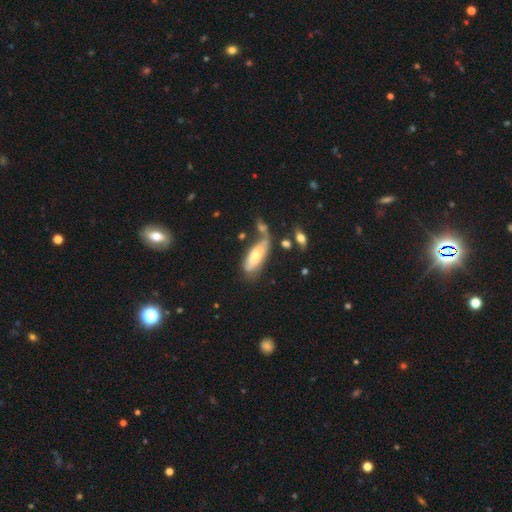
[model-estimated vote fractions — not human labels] smooth-or-featured: smooth: 59% | featured or disk: 35% | star or artifact: 7%
  how-rounded: in between: 72% | cigar-shaped: 26% | round: 2%
  merging: none: 36% | merger: 25% | minor disturbance: 24% | major disturbance: 15%